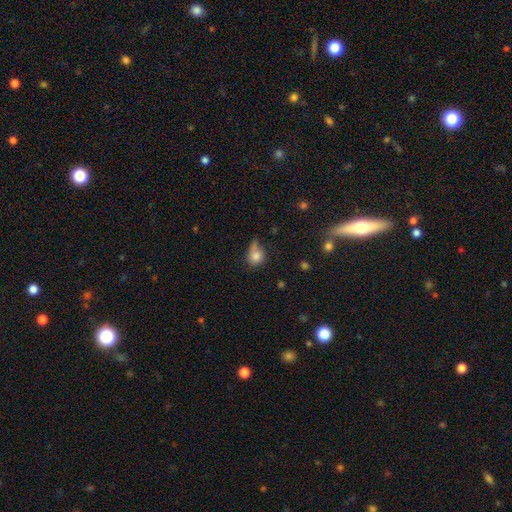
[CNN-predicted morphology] smooth_or_featured: smooth (p=0.79) [alt: featured or disk p=0.11]
how_rounded: round (p=0.69) [alt: in between p=0.30]
merging: none (p=0.41) [alt: minor disturbance p=0.33]